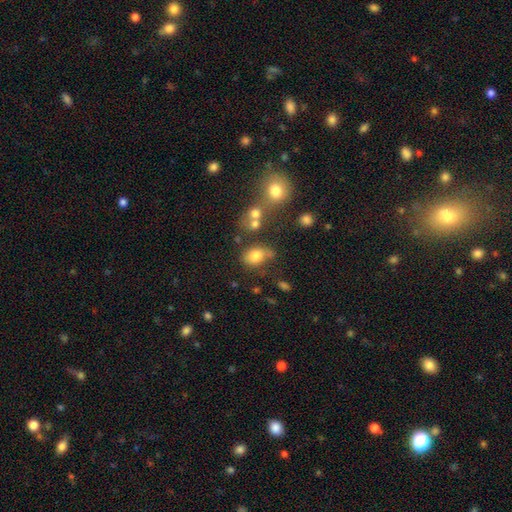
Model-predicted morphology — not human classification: Smooth or featured? Predicted: smooth (p=0.76). How rounded? Predicted: in between (p=0.68). Merging? Predicted: none (p=0.50).